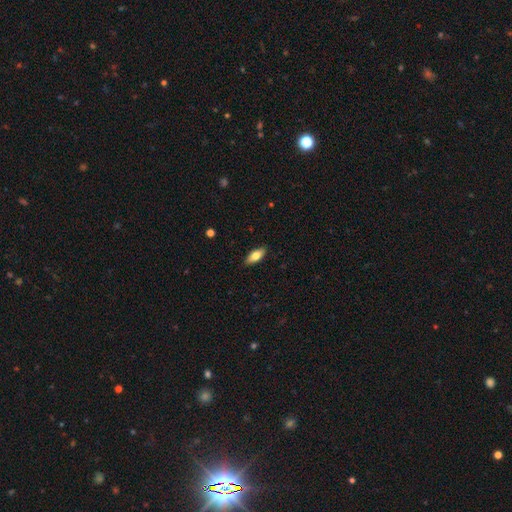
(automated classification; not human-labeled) smooth-or-featured: smooth: 76% | featured or disk: 18% | star or artifact: 6%
  how-rounded: in between: 82% | cigar-shaped: 16% | round: 2%
  merging: none: 89% | minor disturbance: 9% | major disturbance: 2% | merger: 1%